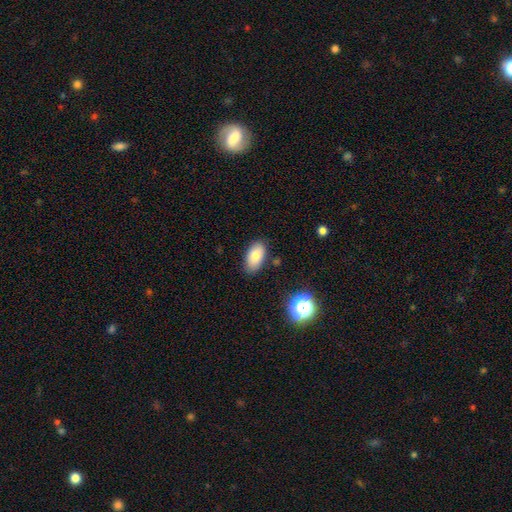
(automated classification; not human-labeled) smooth 80%, featured or disk 11%, star or artifact 9%. Down the decision tree: how rounded — in between (93%); merging — none (83%).